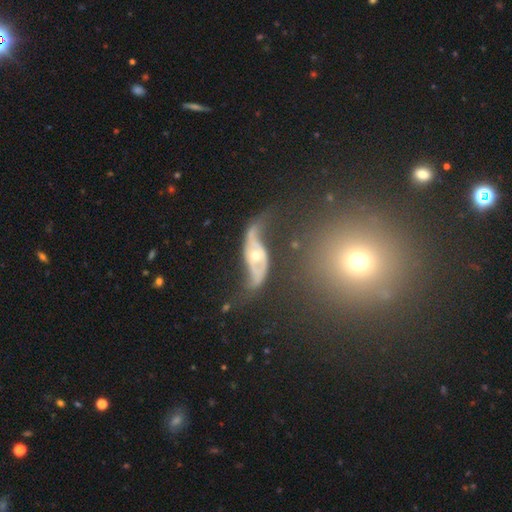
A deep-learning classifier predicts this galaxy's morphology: The model was most divided on "bulge size": moderate: 50%, small: 44%, large: 3%, none: 2%, dominant: 1%. Remaining: edge-on disk — no (93%); spiral arms — yes (91%); spiral arm count — 2 (88%); smooth or featured — featured or disk (85%); spiral winding — loose (74%); bar — no (54%); merging — none (40%).